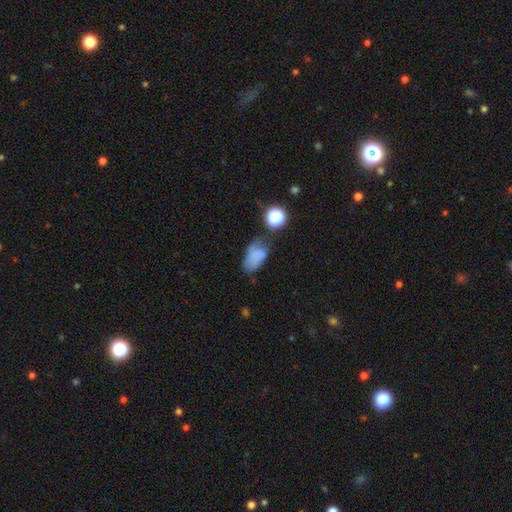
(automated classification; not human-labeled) Smooth or featured: smooth — 67% (featured or disk — 19%)
How rounded: in between — 87% (round — 11%)
Merging: none — 38% (minor disturbance — 32%)